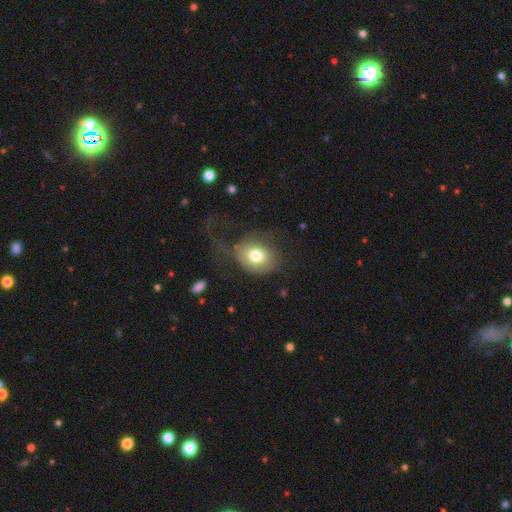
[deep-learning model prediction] smooth_or_featured: smooth (p=0.73) [alt: featured or disk p=0.18]
how_rounded: round (p=0.51) [alt: in between p=0.48]
merging: major disturbance (p=0.39) [tied with: none p=0.39]